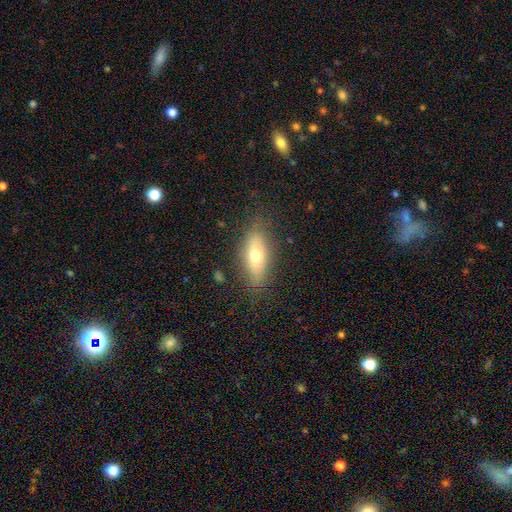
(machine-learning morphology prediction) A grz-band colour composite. It shows a smooth galaxy with no disk features (62%) that is in between round and cigar-shaped (64%). Merging: none (81%).